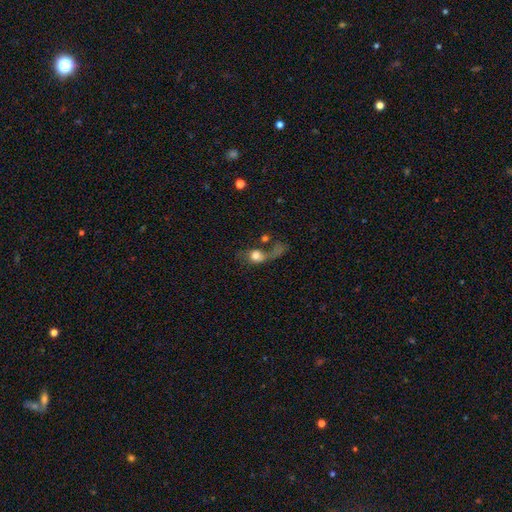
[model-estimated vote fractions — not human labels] Smooth or featured? Predicted: smooth (p=0.61). How rounded? Predicted: round (p=0.63). Merging? Predicted: major disturbance (p=0.42).